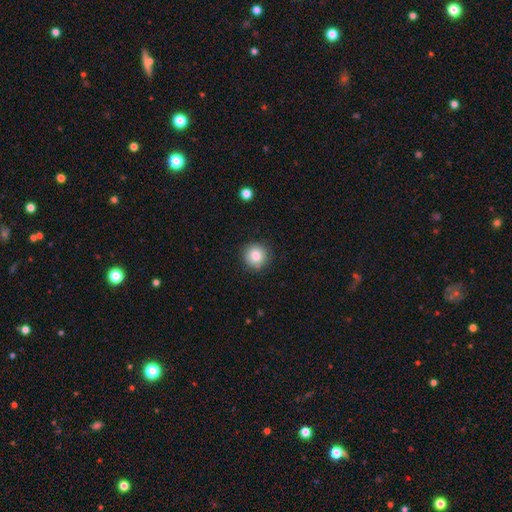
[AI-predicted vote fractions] Smooth or featured: smooth — 82% (star or artifact — 10%)
How rounded: round — 93% (in between — 6%)
Merging: none — 87% (minor disturbance — 10%)